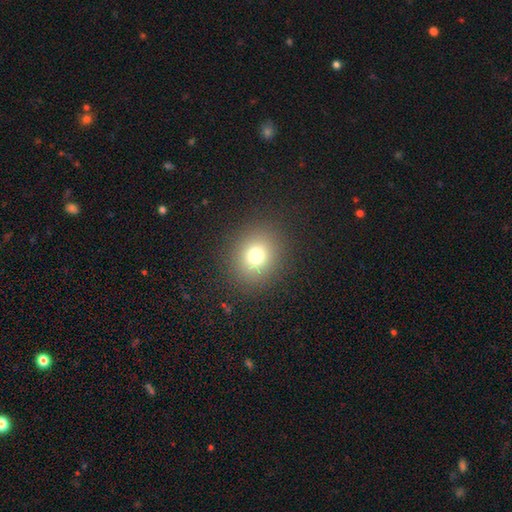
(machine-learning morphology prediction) smooth_or_featured: smooth (p=0.75) [alt: star or artifact p=0.16]
how_rounded: round (p=0.76) [alt: in between p=0.23]
merging: none (p=0.88) [alt: minor disturbance p=0.07]